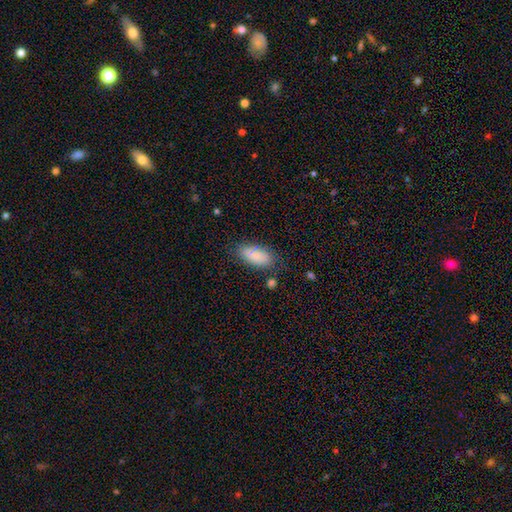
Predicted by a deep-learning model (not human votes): Q: Smooth or featured?
A: smooth (82%); runner-up: featured or disk (11%)
Q: How rounded?
A: in between (89%); runner-up: cigar-shaped (8%)
Q: Merging?
A: none (74%); runner-up: minor disturbance (17%)